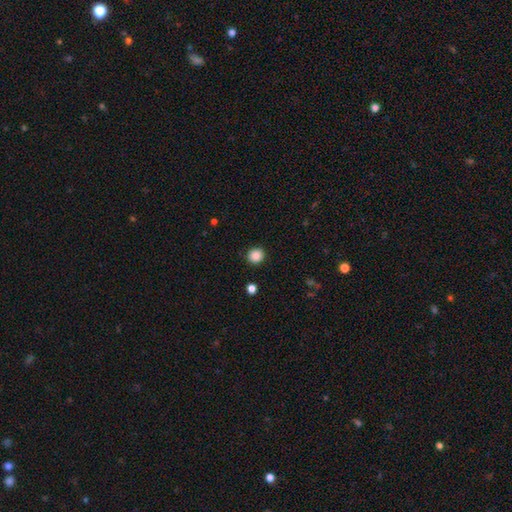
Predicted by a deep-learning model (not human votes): The model was most divided on "smooth or featured": smooth: 87%, star or artifact: 10%, featured or disk: 3%. More confident: merging — none (91%); how rounded — round (90%).